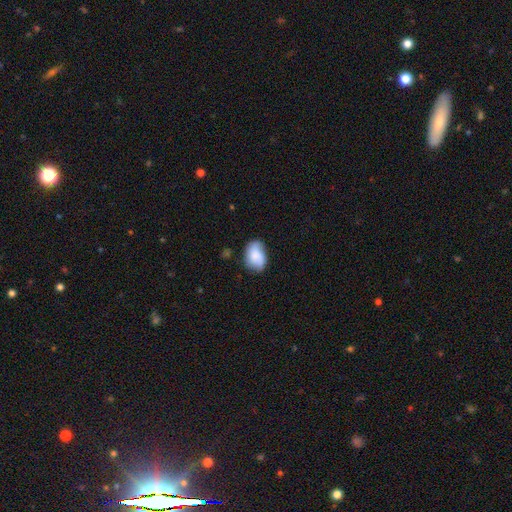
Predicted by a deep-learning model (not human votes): smooth 72%, featured or disk 20%, star or artifact 7%. Down the decision tree: how rounded — in between (80%); merging — none (62%).